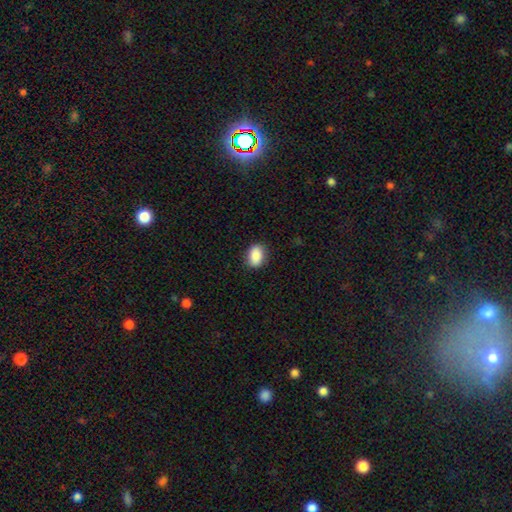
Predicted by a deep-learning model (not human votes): The model was most divided on "how rounded": in between: 83%, round: 15%, cigar-shaped: 2%. More confident: smooth or featured — smooth (89%); merging — none (86%).